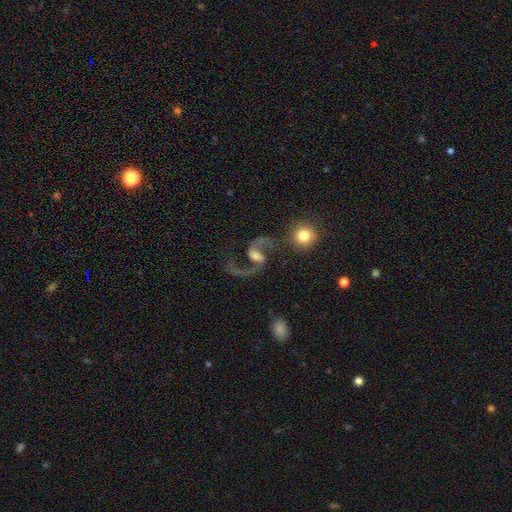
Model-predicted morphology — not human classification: This is clearly a featured or disk galaxy (88%). It is clearly not viewed edge-on (98%). Bar: possibly weak (48%). Spiral arm pattern: clearly yes (96%). Spiral arm count: clearly 2 (92%). Spiral winding: likely loose (75%). Central bulge: marginally moderate (43%). Merging: likely none (62%).